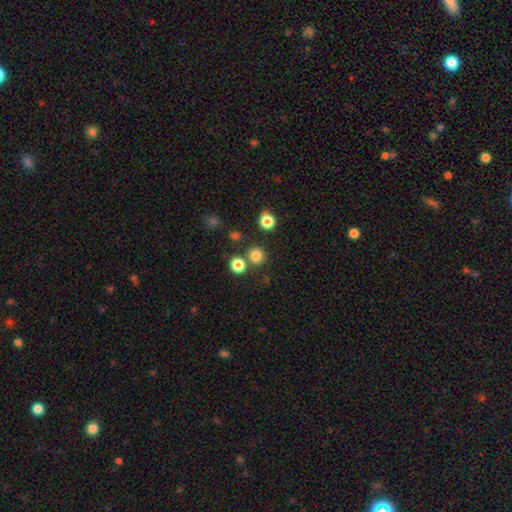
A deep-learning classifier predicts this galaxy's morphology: Smooth or featured? smooth (80%)
How rounded? round (93%)
Merging? none (79%)